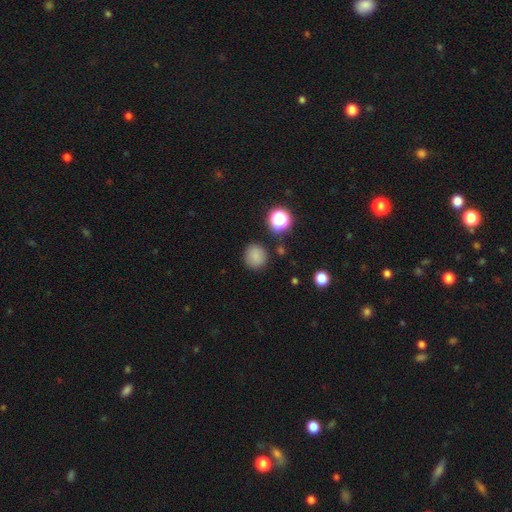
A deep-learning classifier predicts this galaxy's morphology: smooth_or_featured: smooth (p=0.81) [alt: star or artifact p=0.14]
how_rounded: round (p=0.89) [alt: in between p=0.10]
merging: none (p=0.85) [alt: minor disturbance p=0.09]